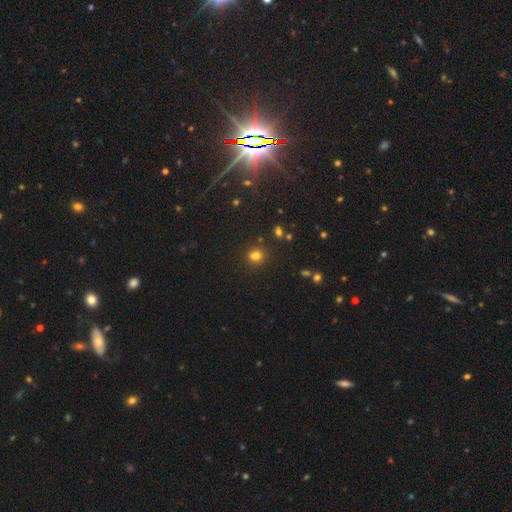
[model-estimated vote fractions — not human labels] The model was most divided on "how rounded": round: 72%, in between: 27%, cigar-shaped: 1%. More confident: merging — none (74%); smooth or featured — smooth (73%).